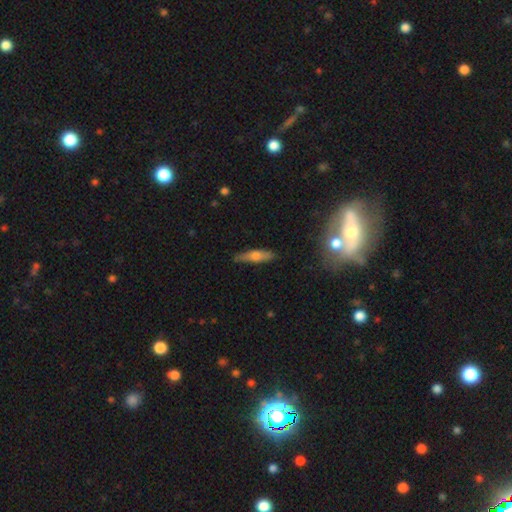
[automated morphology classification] smooth 54%, featured or disk 39%, star or artifact 7%. Down the decision tree: how rounded — cigar-shaped (76%); merging — none (83%).